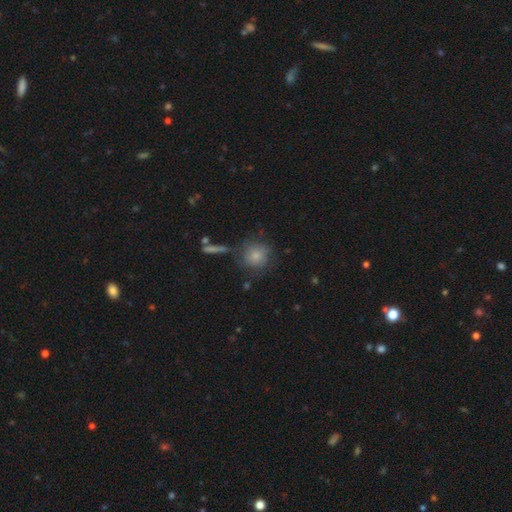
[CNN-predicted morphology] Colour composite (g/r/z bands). It shows a smooth galaxy with no disk features (79%) that is round (89%). Merging: none (66%).